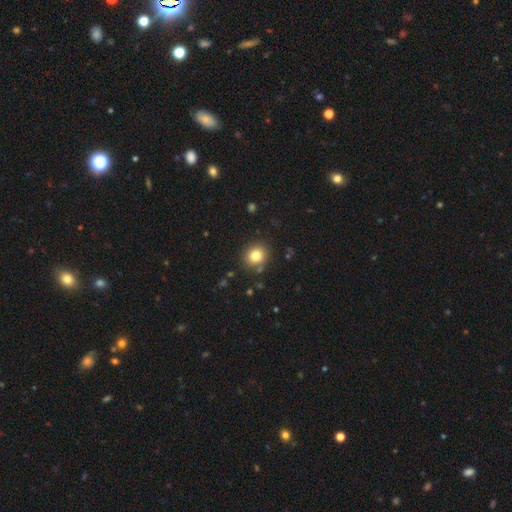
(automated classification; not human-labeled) smooth_or_featured: smooth (p=0.81) [alt: star or artifact p=0.12]
how_rounded: round (p=0.79) [alt: in between p=0.20]
merging: none (p=0.85) [alt: minor disturbance p=0.09]